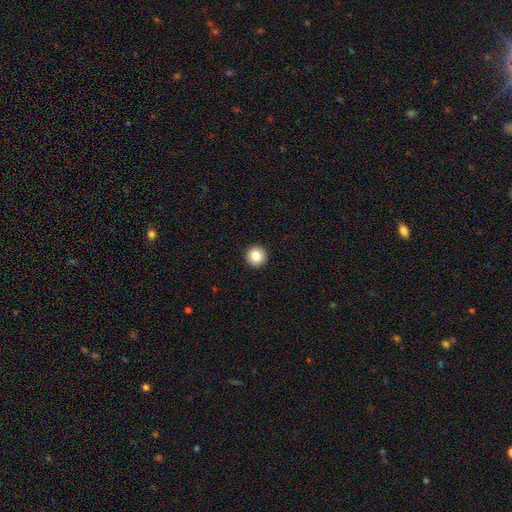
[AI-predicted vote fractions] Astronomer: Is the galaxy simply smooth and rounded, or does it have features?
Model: smooth — 84%.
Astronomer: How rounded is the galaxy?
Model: round — 96%.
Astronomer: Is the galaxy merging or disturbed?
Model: none — 94%.